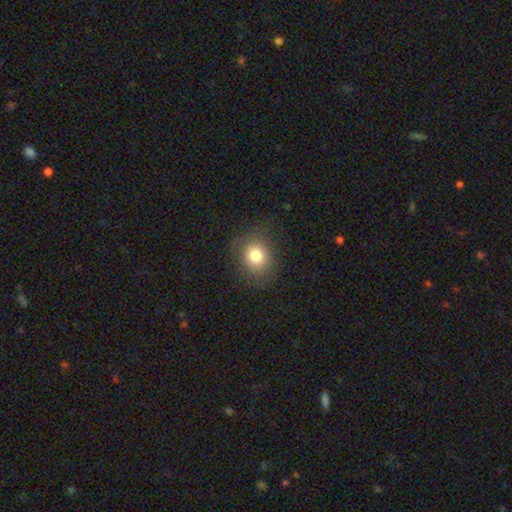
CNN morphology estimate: Smooth or featured? smooth (79%)
How rounded? round (72%)
Merging? none (81%)